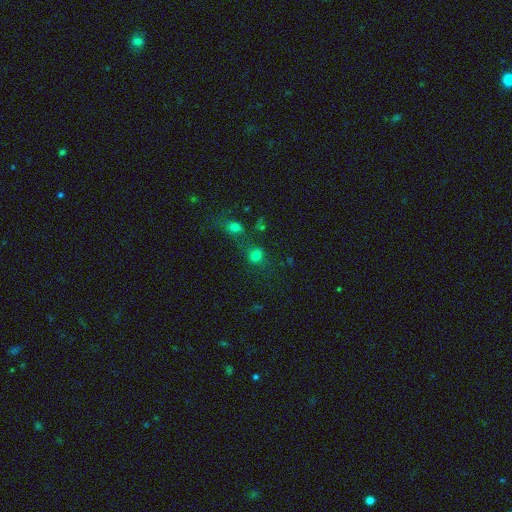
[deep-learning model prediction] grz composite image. It shows a smooth galaxy with no disk features (73%) that is round (79%). Merging: none (51%).